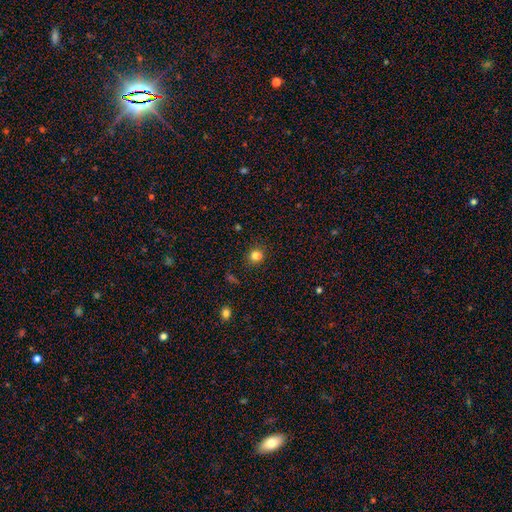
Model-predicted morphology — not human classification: smooth_or_featured: smooth (p=0.80) [alt: star or artifact p=0.15]
how_rounded: round (p=0.72) [alt: in between p=0.27]
merging: none (p=0.79) [alt: minor disturbance p=0.12]